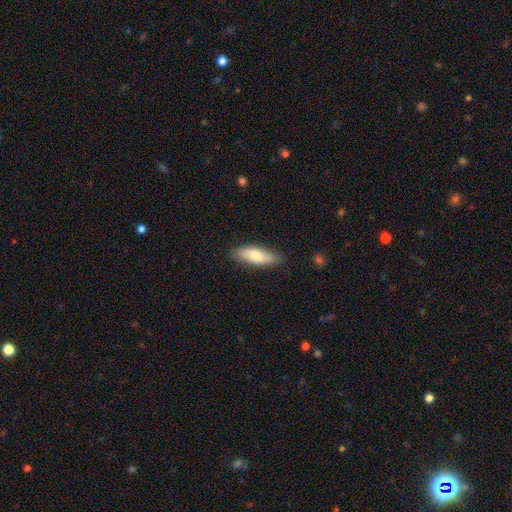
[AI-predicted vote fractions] Smooth or featured: smooth — 78% (featured or disk — 17%)
How rounded: in between — 58% (cigar-shaped — 40%)
Merging: none — 84% (minor disturbance — 13%)